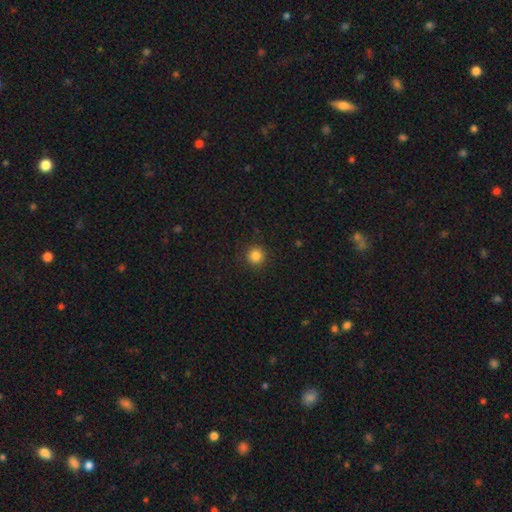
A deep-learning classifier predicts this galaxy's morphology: Smooth or featured?
  - smooth: 84% *
  - star or artifact: 12%
  - featured or disk: 4%
How rounded?
  - round: 95% *
  - in between: 4%
  - cigar-shaped: 1%
Merging?
  - none: 91% *
  - minor disturbance: 6%
  - major disturbance: 2%
  - merger: 1%